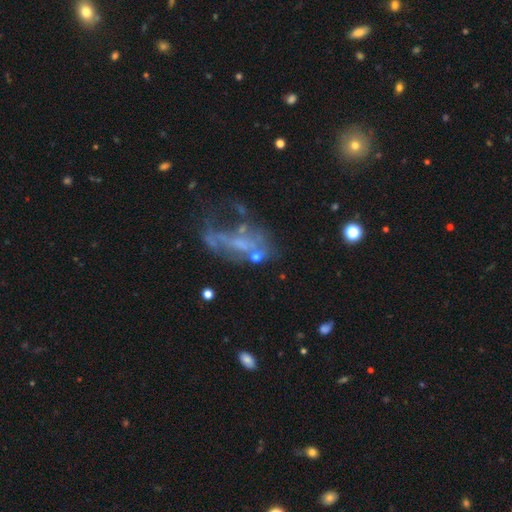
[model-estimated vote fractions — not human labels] This is possibly a featured or disk galaxy (59%). It is clearly not viewed edge-on (94%). Bar: likely no (69%). Spiral arm pattern: likely no (73%). Central bulge: possibly none (52%). Merging: marginally major disturbance (40%).